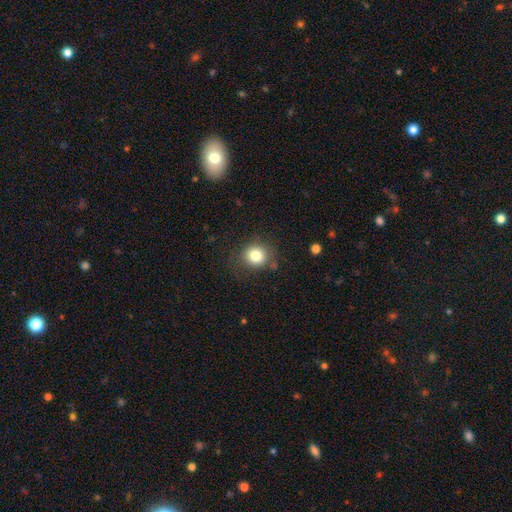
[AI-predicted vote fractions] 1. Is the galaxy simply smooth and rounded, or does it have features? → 81% smooth, 11% star or artifact, 8% featured or disk.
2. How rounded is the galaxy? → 88% round, 12% in between, 1% cigar-shaped.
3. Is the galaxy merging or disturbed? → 81% none, 12% minor disturbance, 5% major disturbance, 2% merger.